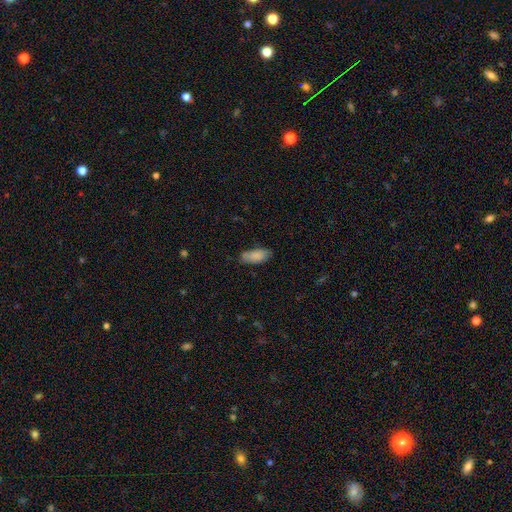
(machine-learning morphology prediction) smooth_or_featured: smooth (p=0.86) [alt: featured or disk p=0.08]
how_rounded: in between (p=0.84) [alt: cigar-shaped p=0.14]
merging: none (p=0.77) [alt: minor disturbance p=0.18]